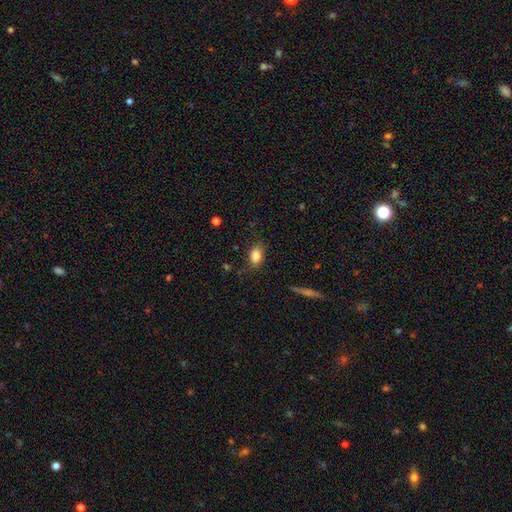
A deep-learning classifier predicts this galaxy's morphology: Q: Smooth or featured?
A: smooth (85%); runner-up: star or artifact (8%)
Q: How rounded?
A: in between (86%); runner-up: round (11%)
Q: Merging?
A: none (75%); runner-up: minor disturbance (18%)